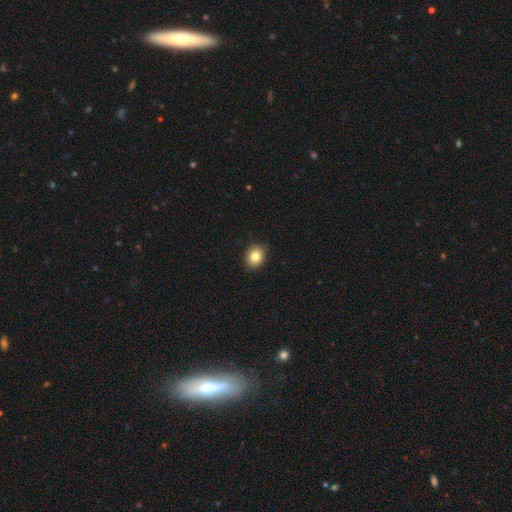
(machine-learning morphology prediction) Smooth or featured?
  - smooth: 84% *
  - star or artifact: 10%
  - featured or disk: 7%
How rounded?
  - round: 62% *
  - in between: 37%
  - cigar-shaped: 1%
Merging?
  - none: 86% *
  - minor disturbance: 11%
  - major disturbance: 2%
  - merger: 1%